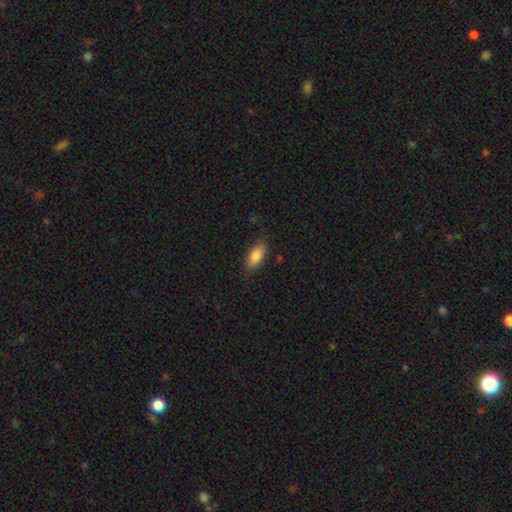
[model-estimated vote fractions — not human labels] smooth-or-featured: smooth: 85% | featured or disk: 8% | star or artifact: 7%
  how-rounded: in between: 85% | cigar-shaped: 13% | round: 2%
  merging: none: 83% | minor disturbance: 13% | major disturbance: 3% | merger: 1%